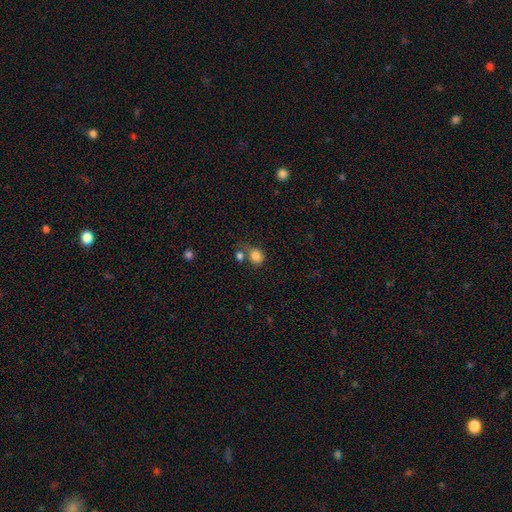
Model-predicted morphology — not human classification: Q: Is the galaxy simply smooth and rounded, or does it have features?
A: smooth — 83%.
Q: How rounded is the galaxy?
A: round — 66%.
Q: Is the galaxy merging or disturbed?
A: none — 46%.